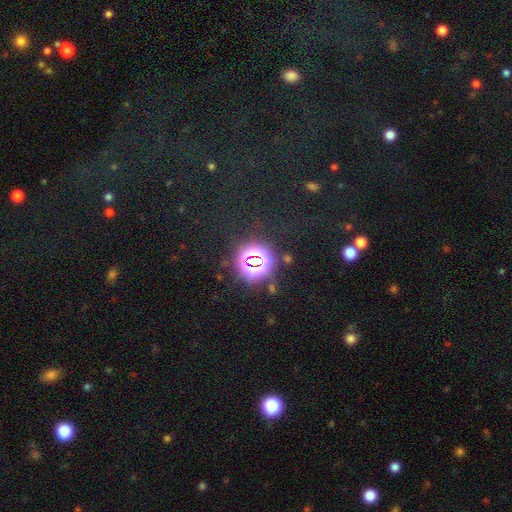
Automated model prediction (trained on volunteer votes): Q: Smooth or featured?
A: star or artifact (71%); runner-up: smooth (21%)